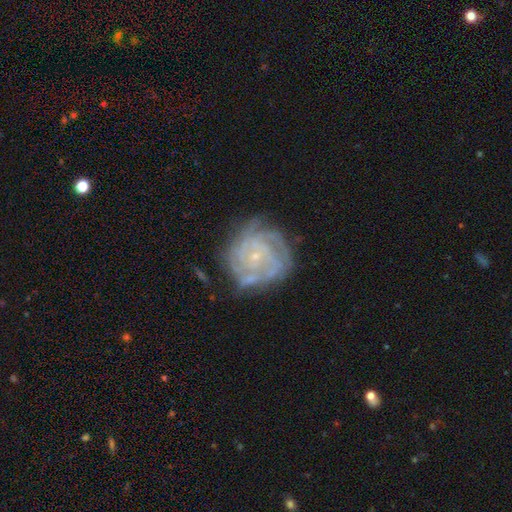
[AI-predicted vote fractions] Morphology: type=featured or disk (83%); edge-on=no (98%); bar=no (75%); spiral arms=yes (95%); winding=tight (75%); arm count=can't tell (28%); bulge=small (84%); merging=none (71%).